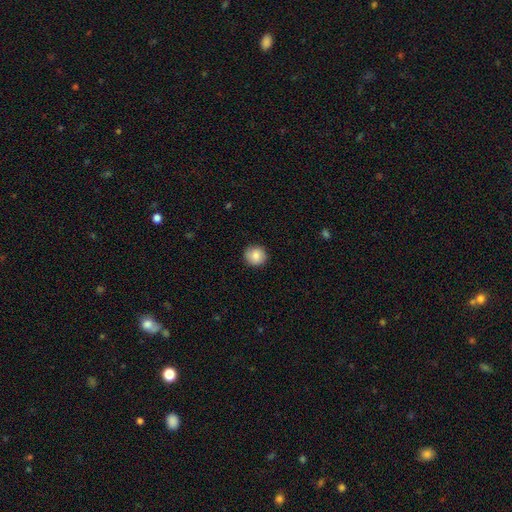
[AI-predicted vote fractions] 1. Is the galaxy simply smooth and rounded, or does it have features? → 85% smooth, 8% star or artifact, 7% featured or disk.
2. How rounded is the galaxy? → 90% round, 9% in between, 1% cigar-shaped.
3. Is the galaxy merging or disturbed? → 89% none, 8% minor disturbance, 2% major disturbance, 1% merger.